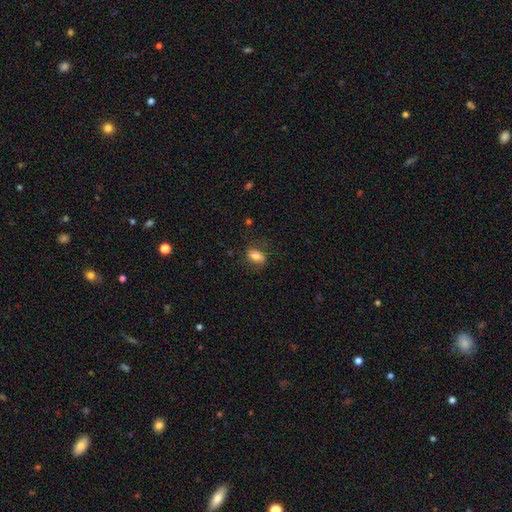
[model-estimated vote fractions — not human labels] A smooth galaxy with no disk features (75%) that is in between round and cigar-shaped (78%).

Vote fractions:
- Smooth or featured? smooth: 75% / featured or disk: 16% / star or artifact: 9%
- How rounded? in between: 78% / round: 19% / cigar-shaped: 3%
- Merging? none: 77% / minor disturbance: 16% / major disturbance: 6% / merger: 1%